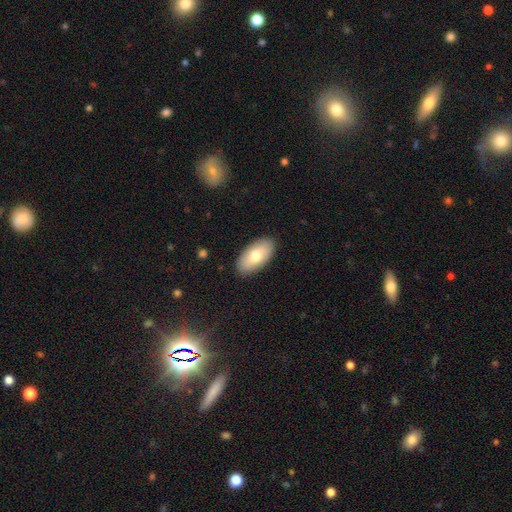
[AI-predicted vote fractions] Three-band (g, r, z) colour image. It shows a smooth galaxy with no disk features (72%) that is in between round and cigar-shaped (94%). Merging: none (88%).